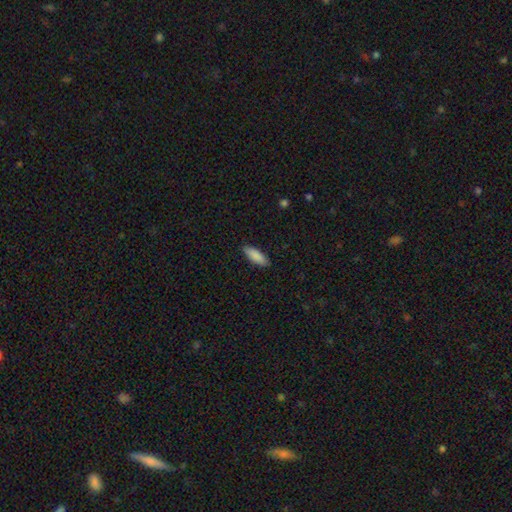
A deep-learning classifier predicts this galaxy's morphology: Smooth or featured?
  - smooth: 88% *
  - featured or disk: 6%
  - star or artifact: 6%
How rounded?
  - in between: 59% *
  - cigar-shaped: 40%
  - round: 2%
Merging?
  - none: 88% *
  - minor disturbance: 9%
  - major disturbance: 2%
  - merger: 1%